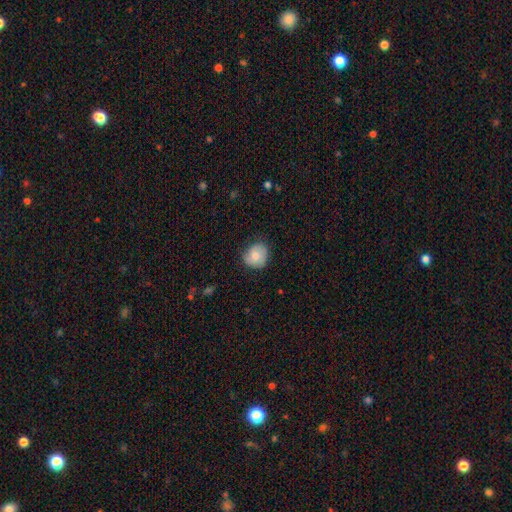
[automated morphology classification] Overall: smooth (76%). How rounded: round (77%). Merging: none (68%).